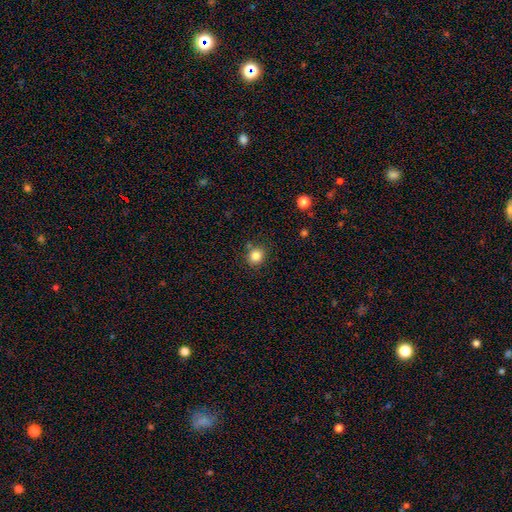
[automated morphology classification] This appears to be a smooth galaxy with no disk features (84%) that is round (84%). Merging: none (83%).